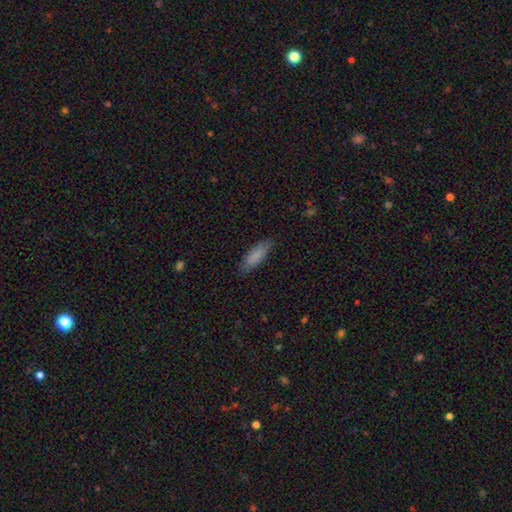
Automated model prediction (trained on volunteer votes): Smooth or featured? Predicted: smooth (p=0.86). How rounded? Predicted: in between (p=0.50). Merging? Predicted: none (p=0.84).